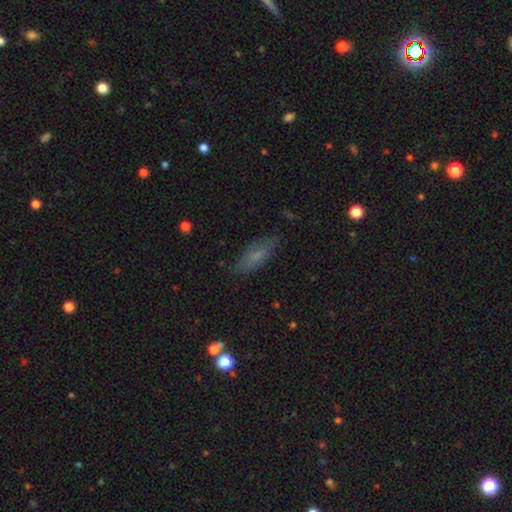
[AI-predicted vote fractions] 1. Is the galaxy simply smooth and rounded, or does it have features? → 67% smooth, 23% featured or disk, 10% star or artifact.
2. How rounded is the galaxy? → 61% in between, 37% cigar-shaped, 3% round.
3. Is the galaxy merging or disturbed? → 80% none, 14% minor disturbance, 4% major disturbance, 1% merger.